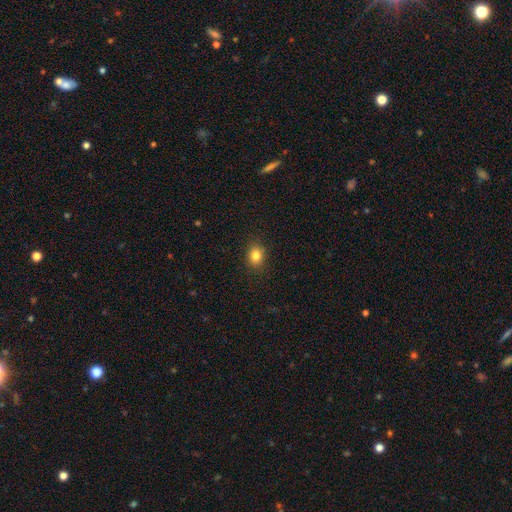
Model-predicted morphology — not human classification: The model was most divided on "how rounded": round: 51%, in between: 48%, cigar-shaped: 1%. More confident: merging — none (88%); smooth or featured — smooth (83%).